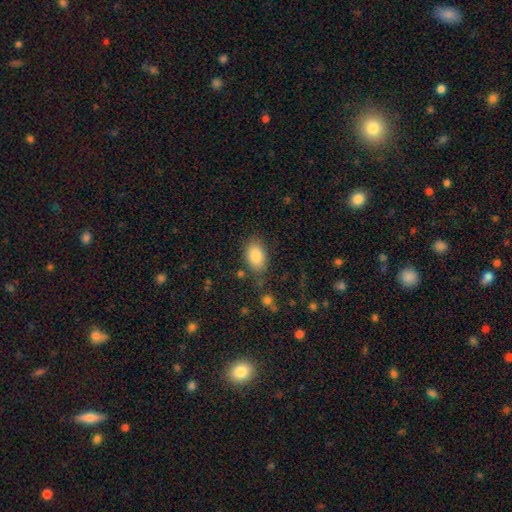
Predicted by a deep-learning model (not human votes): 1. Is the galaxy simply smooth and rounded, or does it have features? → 84% smooth, 8% featured or disk, 8% star or artifact.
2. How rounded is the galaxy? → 88% in between, 10% round, 2% cigar-shaped.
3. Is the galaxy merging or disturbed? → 76% none, 16% minor disturbance, 5% major disturbance, 4% merger.